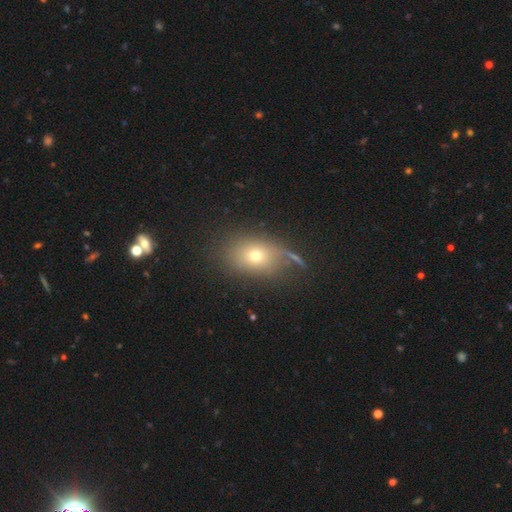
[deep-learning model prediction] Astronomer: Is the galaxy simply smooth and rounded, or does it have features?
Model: smooth — 65%.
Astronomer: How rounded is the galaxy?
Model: in between — 66%.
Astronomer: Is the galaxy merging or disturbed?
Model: none — 68%.